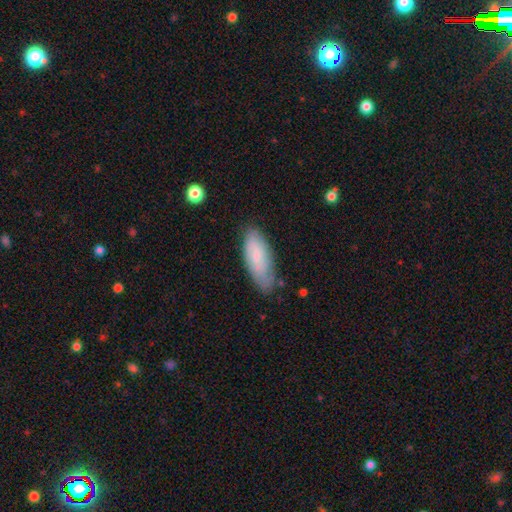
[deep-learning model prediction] Smooth or featured? Predicted: smooth (p=0.68). How rounded? Predicted: in between (p=0.79). Merging? Predicted: none (p=0.67).